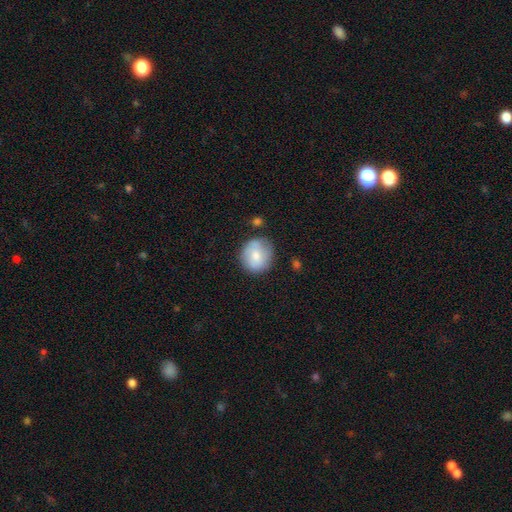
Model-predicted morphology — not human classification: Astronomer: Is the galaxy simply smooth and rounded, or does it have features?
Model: smooth — 72%.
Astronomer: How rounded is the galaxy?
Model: round — 79%.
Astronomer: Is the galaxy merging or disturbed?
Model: none — 69%.